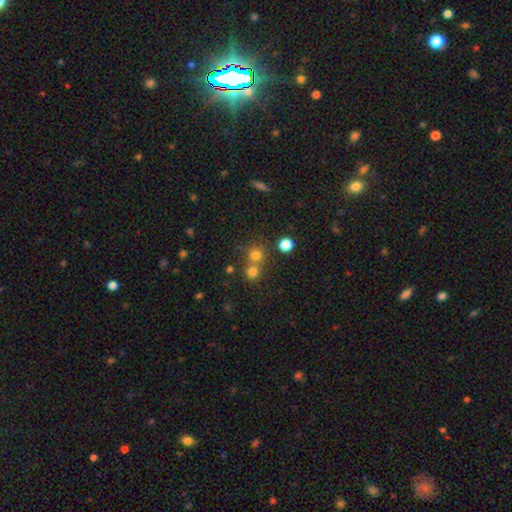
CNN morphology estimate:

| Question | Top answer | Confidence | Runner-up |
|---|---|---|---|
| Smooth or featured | smooth | 70% | star or artifact (21%) |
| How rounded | round | 90% | in between (9%) |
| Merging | none | 55% | merger (37%) |